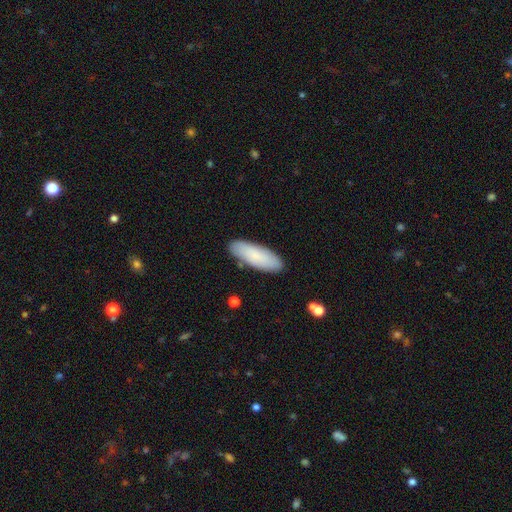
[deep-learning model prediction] Smooth or featured: smooth — 79% (featured or disk — 15%)
How rounded: in between — 67% (cigar-shaped — 32%)
Merging: none — 86% (minor disturbance — 11%)